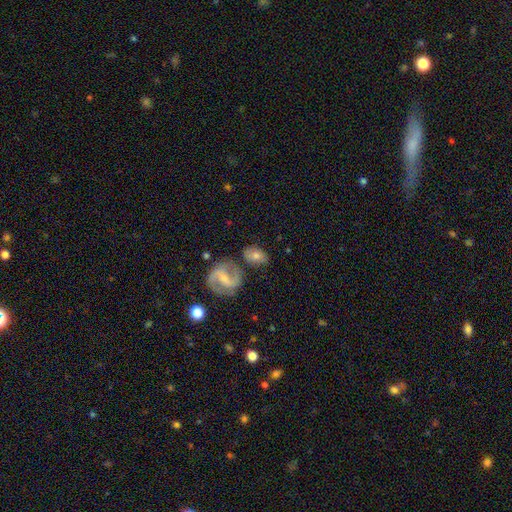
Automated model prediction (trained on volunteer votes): smooth_or_featured: smooth (p=0.54) [alt: featured or disk p=0.38]
how_rounded: in between (p=0.71) [alt: round p=0.27]
merging: none (p=0.68) [alt: minor disturbance p=0.16]